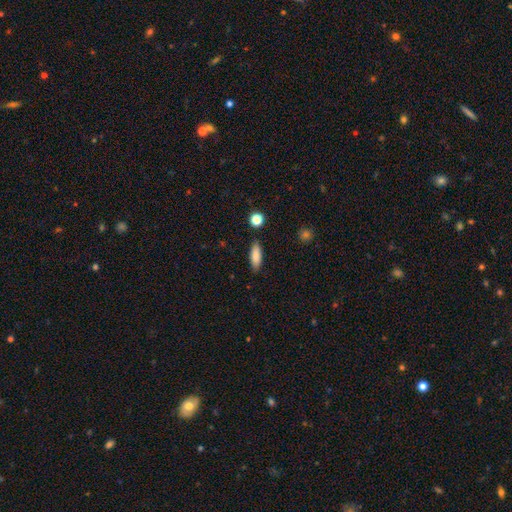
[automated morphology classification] Smooth or featured? smooth (86%)
How rounded? in between (61%)
Merging? none (86%)